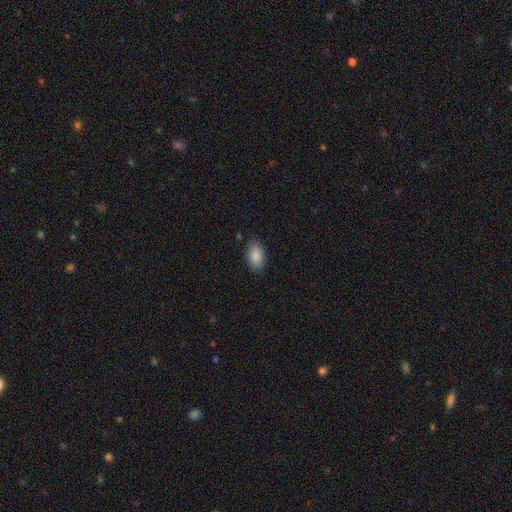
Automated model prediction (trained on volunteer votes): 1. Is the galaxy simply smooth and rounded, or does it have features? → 89% smooth, 7% star or artifact, 4% featured or disk.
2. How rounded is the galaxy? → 92% in between, 7% round, 2% cigar-shaped.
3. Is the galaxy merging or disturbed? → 85% none, 12% minor disturbance, 3% major disturbance, 1% merger.